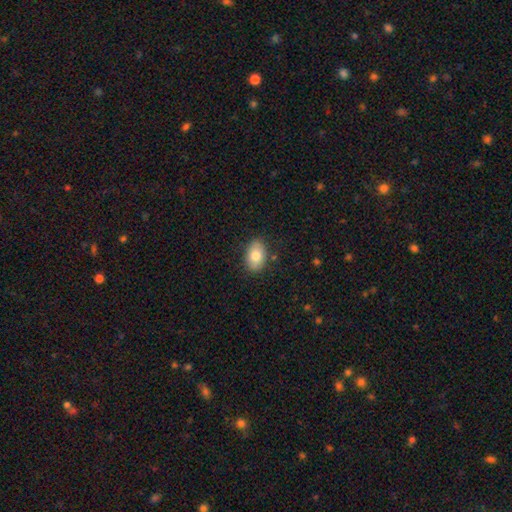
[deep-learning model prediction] smooth 79%, featured or disk 14%, star or artifact 7%. Down the decision tree: how rounded — in between (86%); merging — none (84%).